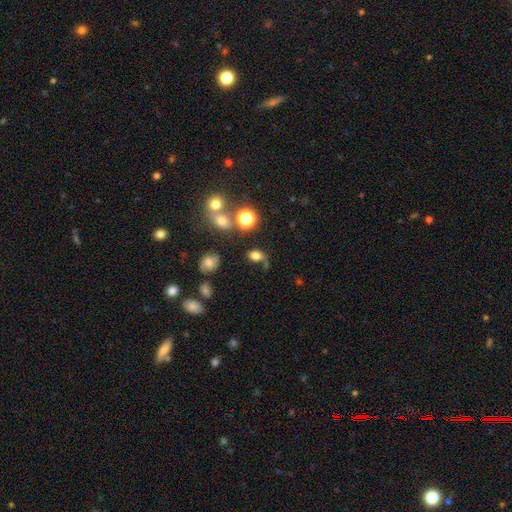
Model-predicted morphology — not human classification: Q: Smooth or featured?
A: smooth (71%); runner-up: star or artifact (16%)
Q: How rounded?
A: in between (65%); runner-up: round (32%)
Q: Merging?
A: none (47%); runner-up: minor disturbance (23%)